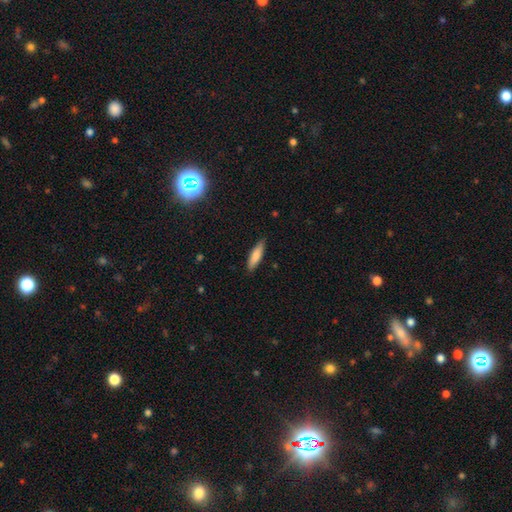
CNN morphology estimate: This is likely a smooth galaxy (80%). How rounded: likely cigar-shaped (68%). Merging: clearly none (86%).